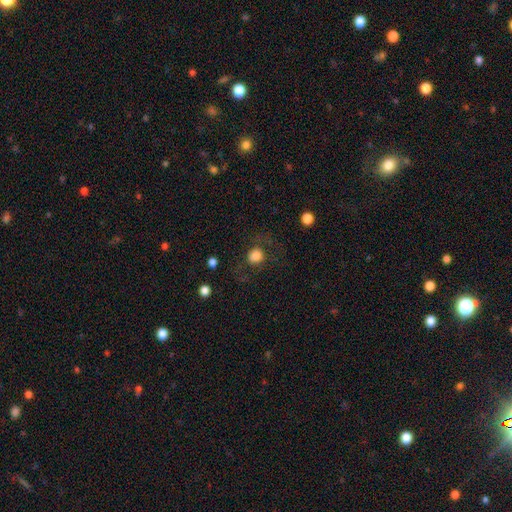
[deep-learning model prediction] Overall: smooth (78%). How rounded: round (82%). Merging: none (71%).